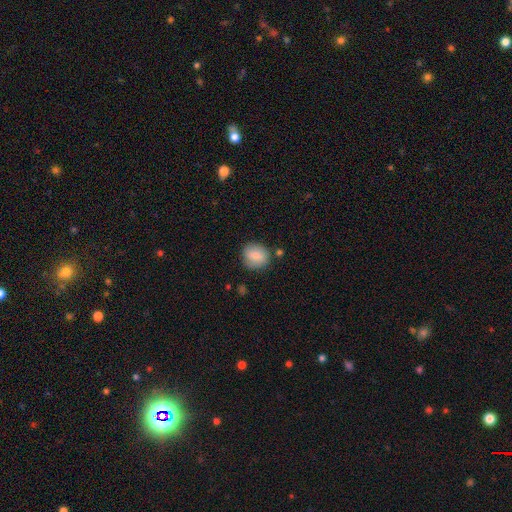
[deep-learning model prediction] Smooth or featured? Predicted: smooth (p=0.84). How rounded? Predicted: round (p=0.66). Merging? Predicted: none (p=0.74).